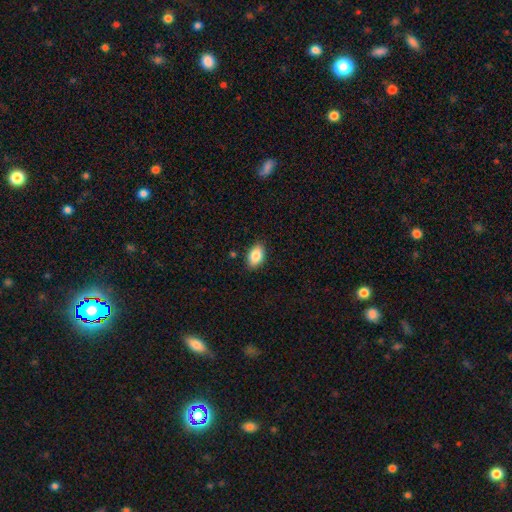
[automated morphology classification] smooth 86%, star or artifact 7%, featured or disk 6%. Down the decision tree: how rounded — in between (91%); merging — none (87%).